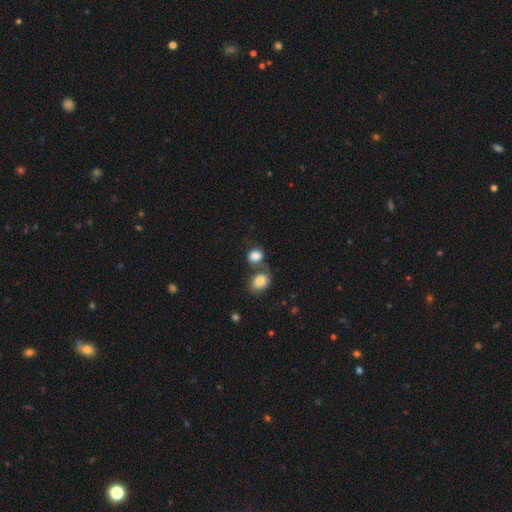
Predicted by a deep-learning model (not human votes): Smooth or featured: smooth — 82% (star or artifact — 9%)
How rounded: in between — 54% (round — 45%)
Merging: merger — 40% (tied with none — 40%)